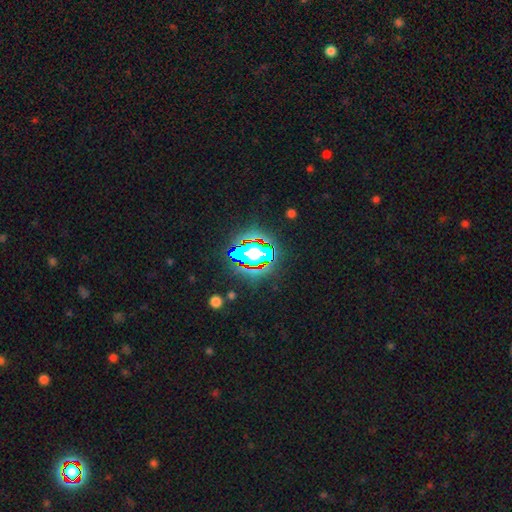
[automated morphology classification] smooth_or_featured: star or artifact (p=0.79) [alt: smooth p=0.12]